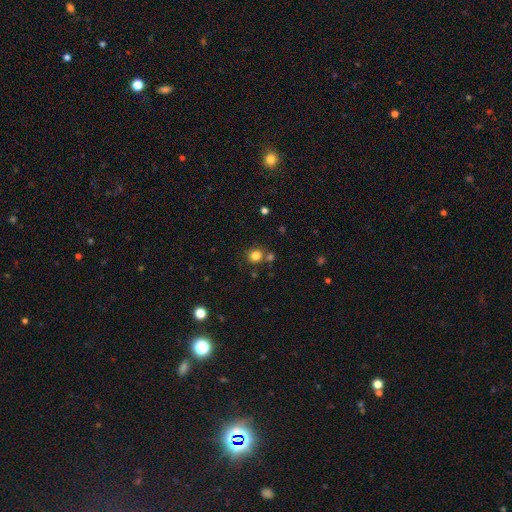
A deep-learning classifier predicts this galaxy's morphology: Smooth or featured? smooth (82%)
How rounded? round (83%)
Merging? none (73%)